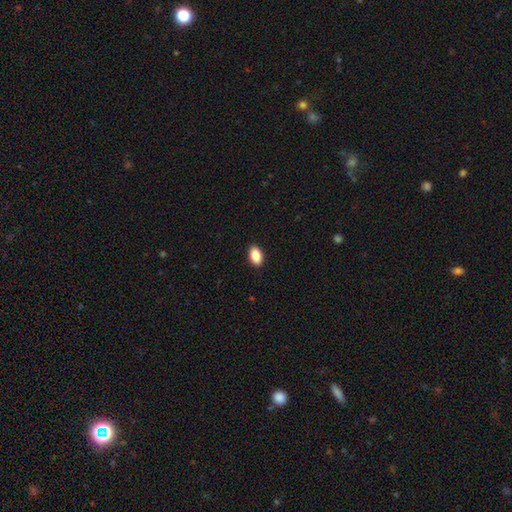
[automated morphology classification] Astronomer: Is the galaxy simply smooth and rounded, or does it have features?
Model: smooth — 89%.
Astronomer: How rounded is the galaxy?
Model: in between — 92%.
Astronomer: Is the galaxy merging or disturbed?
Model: none — 91%.